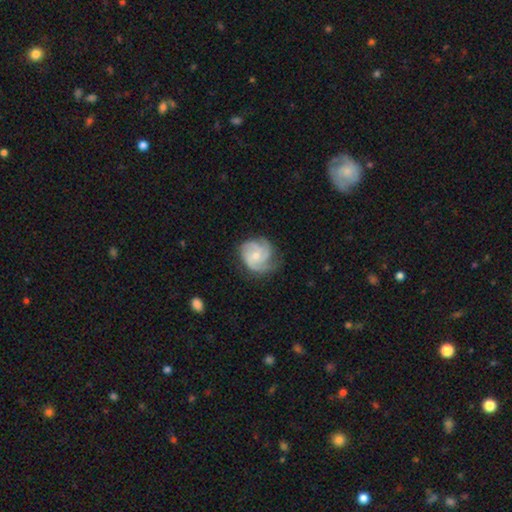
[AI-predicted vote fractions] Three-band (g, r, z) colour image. It shows a featured or disk galaxy (82%) with no bar (72%), 3 (58%) tight (54%) spiral arms (97%) and a small central bulge (54%). Merging: none (68%).